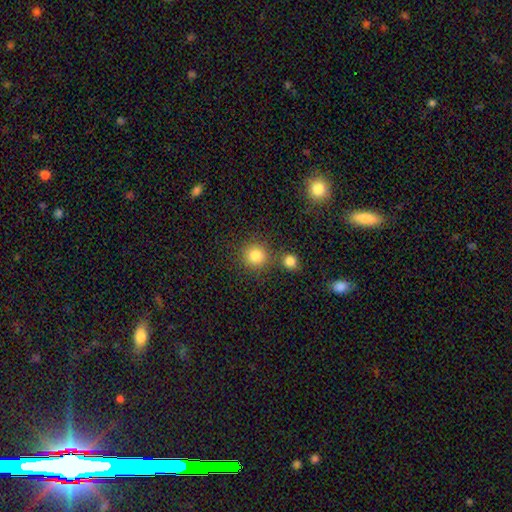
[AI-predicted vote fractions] A smooth galaxy with no disk features (83%) that is round (91%). Merging: none (75%).